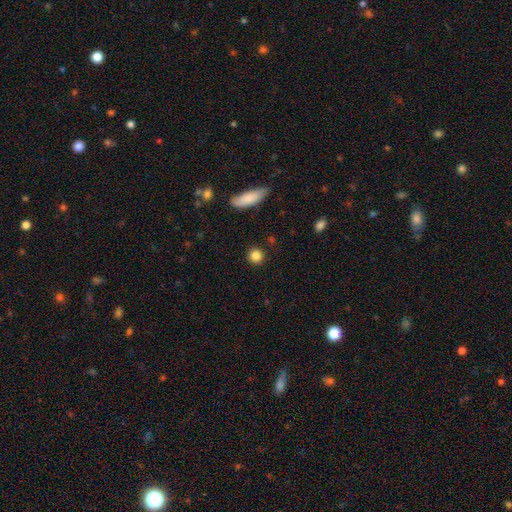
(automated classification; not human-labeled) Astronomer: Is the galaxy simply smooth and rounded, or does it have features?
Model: smooth — 85%.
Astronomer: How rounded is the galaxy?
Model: round — 91%.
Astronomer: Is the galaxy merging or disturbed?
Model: none — 90%.